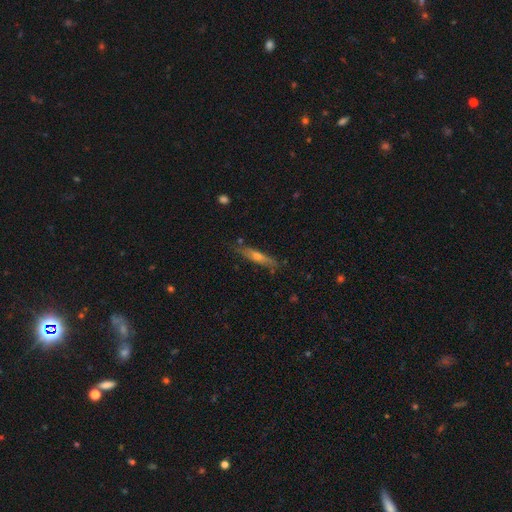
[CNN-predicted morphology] type=featured or disk (53%); edge-on=yes (86%); merging=none (80%).